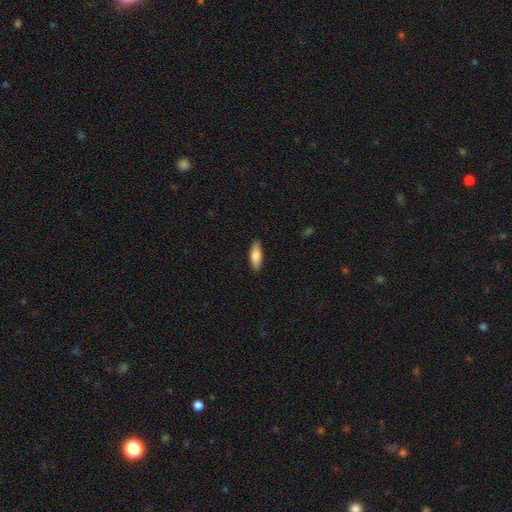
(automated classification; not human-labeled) Smooth or featured: smooth — 82% (featured or disk — 13%)
How rounded: in between — 68% (cigar-shaped — 30%)
Merging: none — 88% (minor disturbance — 10%)